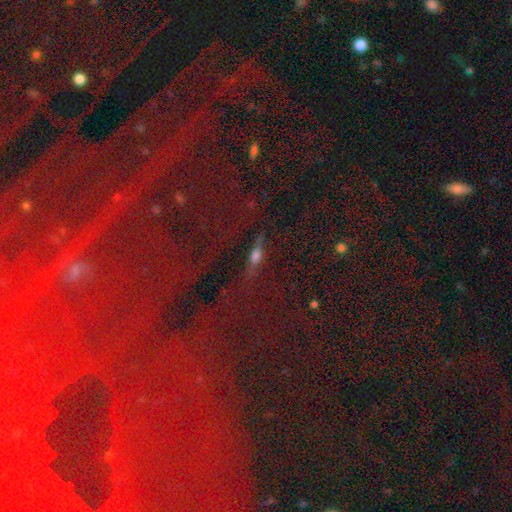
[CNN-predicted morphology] A smooth galaxy with no disk features (40%, tied with featured or disk).

Vote fractions:
- Smooth or featured? smooth: 40% (tied) / featured or disk: 40% (tied) / star or artifact: 20%
- Merging? none: 81% / minor disturbance: 12% / major disturbance: 4% / merger: 3%